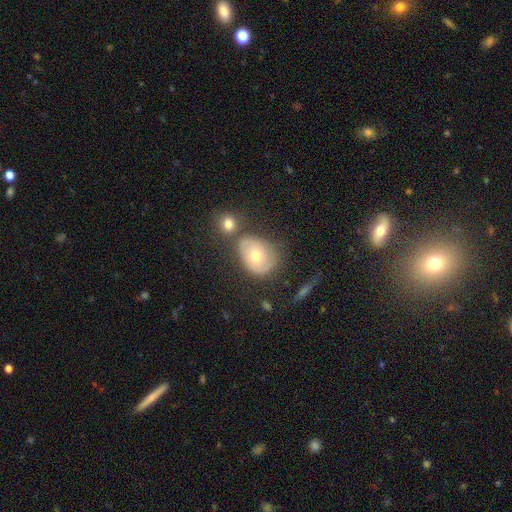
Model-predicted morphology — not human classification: Smooth or featured? Predicted: smooth (p=0.53). How rounded? Predicted: in between (p=0.55). Merging? Predicted: none (p=0.50).